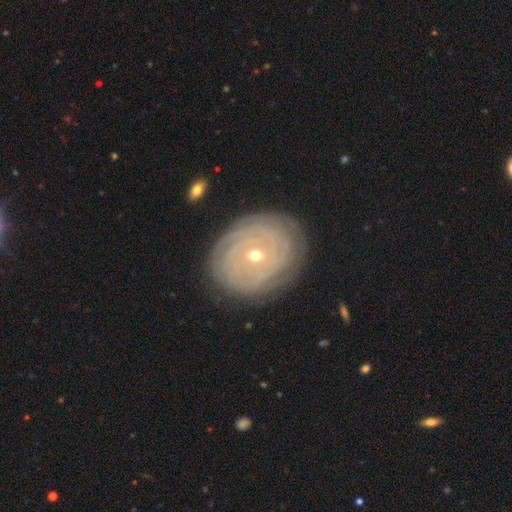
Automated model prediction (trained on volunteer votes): smooth_or_featured: featured or disk (p=0.81) [alt: smooth p=0.12]
disk_edge_on: no (p=0.97) [alt: yes p=0.03]
bar: no (p=0.74) [alt: weak p=0.20]
has_spiral_arms: yes (p=0.90) [alt: no p=0.10]
spiral_winding: tight (p=0.89) [alt: medium p=0.08]
spiral_arm_count: can't tell (p=0.42) [alt: 3 p=0.14]
bulge_size: small (p=0.59) [alt: moderate p=0.38]
merging: none (p=0.82) [alt: minor disturbance p=0.13]